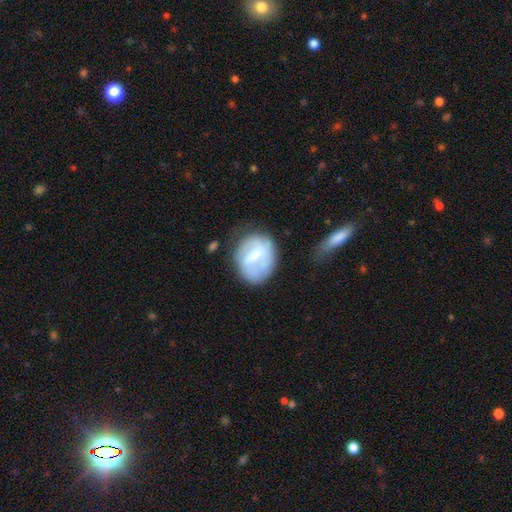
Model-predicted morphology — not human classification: Overall: featured or disk (58%; smooth 35%). Edge-on disk: no (97%). Bar: weak (45%; no 40%). Spiral arms: yes (68%; no 32%). Bulge size: small (63%; moderate 30%). Merging: none (58%; minor disturbance 24%).